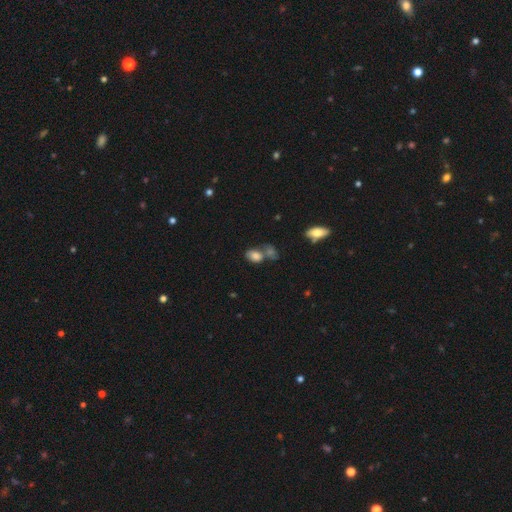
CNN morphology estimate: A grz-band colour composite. It shows a smooth galaxy with no disk features (78%) that is in between round and cigar-shaped (81%). Merging: none (40%).